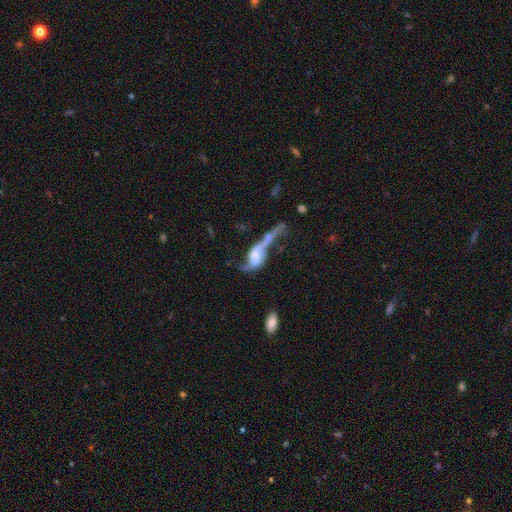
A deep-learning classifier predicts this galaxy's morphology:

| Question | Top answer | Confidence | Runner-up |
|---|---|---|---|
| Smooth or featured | featured or disk | 72% | smooth (20%) |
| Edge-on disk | no | 92% | yes (8%) |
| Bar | no | 46% | weak (39%) |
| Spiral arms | yes | 82% | no (18%) |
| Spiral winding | loose | 80% | medium (15%) |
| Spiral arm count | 2 | 82% | 1 (9%) |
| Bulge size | moderate | 32% | large (22%) |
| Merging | merger | 47% | major disturbance (22%) |